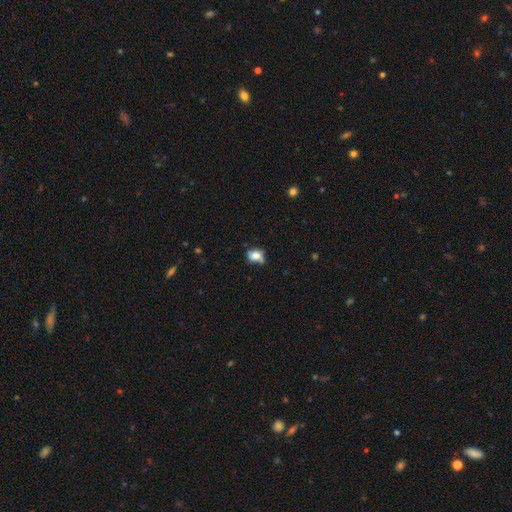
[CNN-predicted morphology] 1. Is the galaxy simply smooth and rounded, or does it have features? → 65% smooth, 23% featured or disk, 12% star or artifact.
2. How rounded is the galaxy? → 67% in between, 31% round, 2% cigar-shaped.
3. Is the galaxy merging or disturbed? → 37% none, 30% minor disturbance, 18% major disturbance, 16% merger.